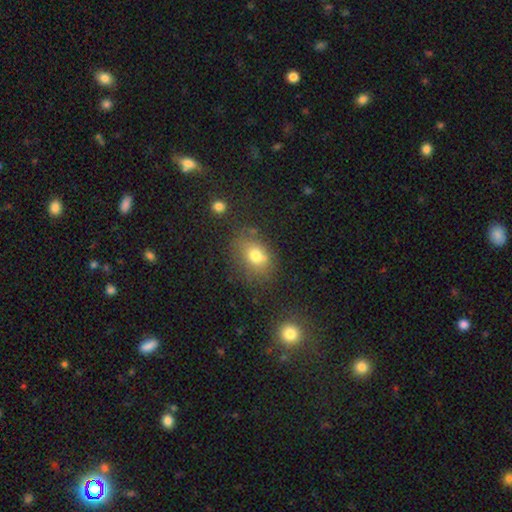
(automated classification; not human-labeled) smooth-or-featured: smooth: 73% | star or artifact: 14% | featured or disk: 13%
  how-rounded: in between: 63% | round: 36% | cigar-shaped: 1%
  merging: none: 67% | minor disturbance: 18% | merger: 8% | major disturbance: 7%